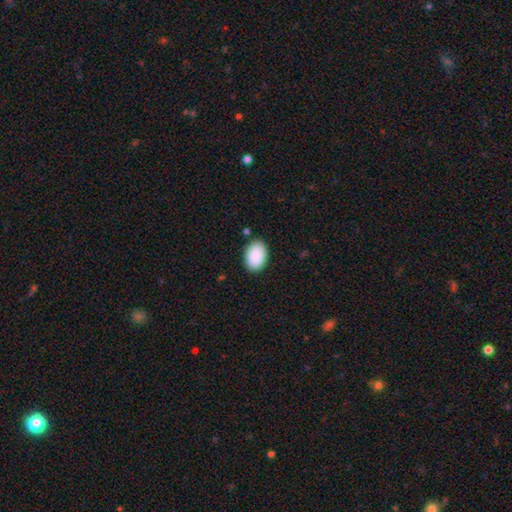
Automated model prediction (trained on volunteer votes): Smooth or featured? smooth (91%)
How rounded? in between (87%)
Merging? none (86%)